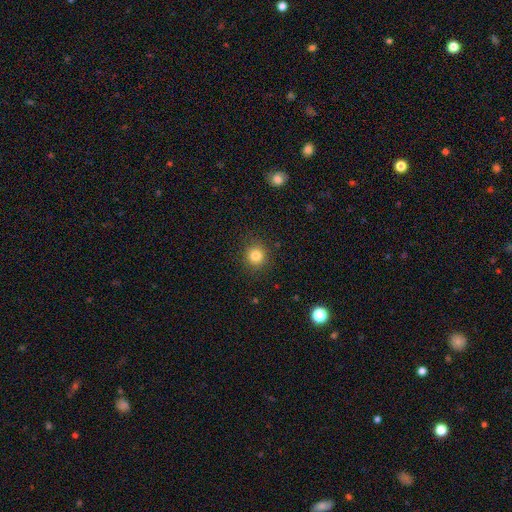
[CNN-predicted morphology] type=smooth (83%); roundness=round (91%); merging=none (89%).